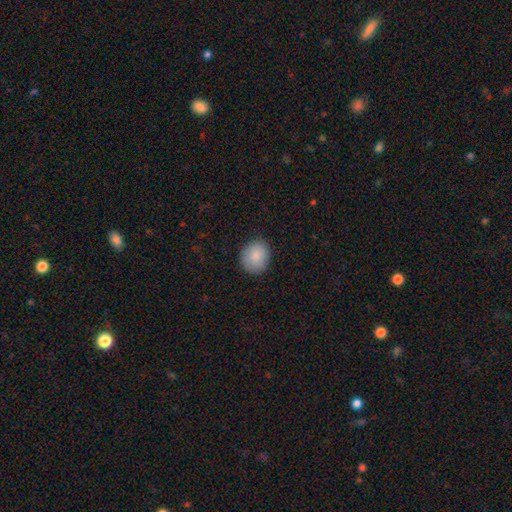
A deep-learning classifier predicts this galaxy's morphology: type=smooth (86%); roundness=round (72%); merging=none (85%).